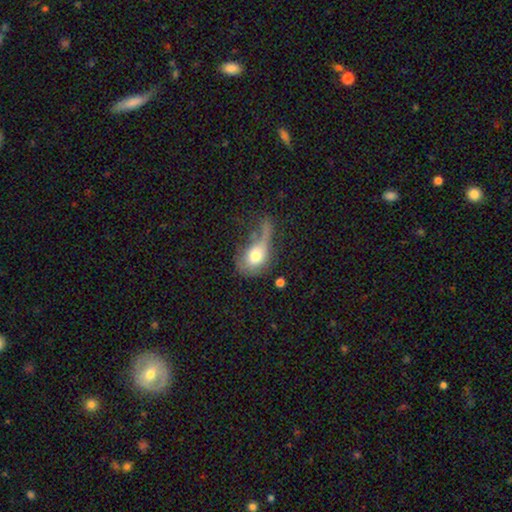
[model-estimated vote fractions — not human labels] smooth_or_featured: smooth (p=0.67) [alt: featured or disk p=0.24]
how_rounded: in between (p=0.63) [alt: round p=0.34]
merging: major disturbance (p=0.46) [alt: none p=0.22]